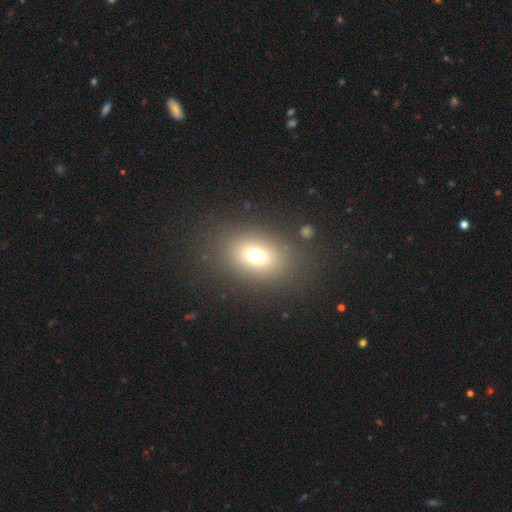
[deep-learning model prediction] Overall: smooth (70%). How rounded: in between (64%; round 35%). Merging: none (82%).